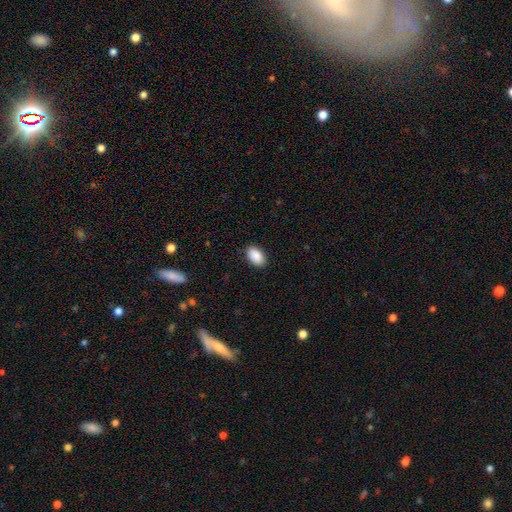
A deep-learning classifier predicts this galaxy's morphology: Overall: smooth (91%). How rounded: in between (92%). Merging: none (89%).